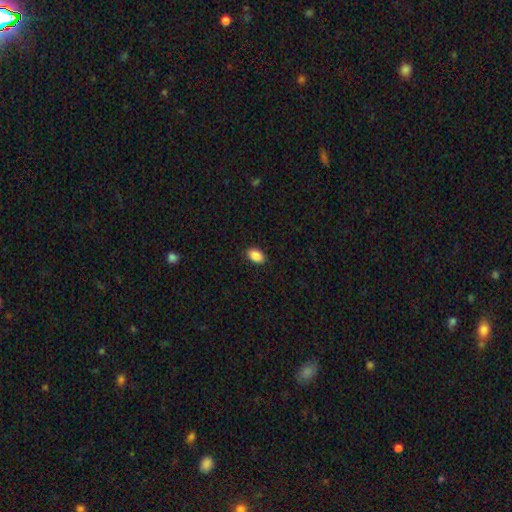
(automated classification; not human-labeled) smooth 89%, star or artifact 7%, featured or disk 4%. Down the decision tree: how rounded — in between (91%); merging — none (89%).